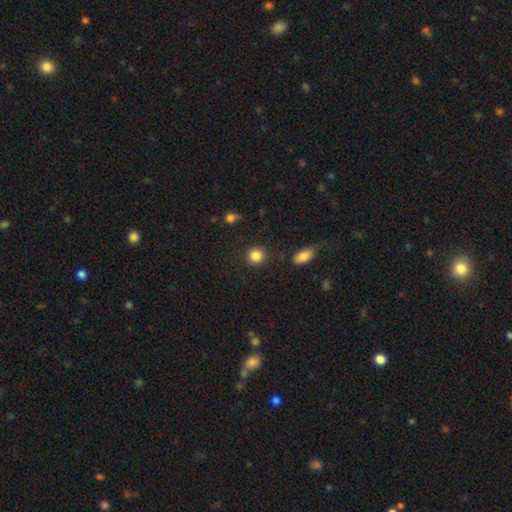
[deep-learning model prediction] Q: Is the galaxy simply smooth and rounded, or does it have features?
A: smooth — 85%.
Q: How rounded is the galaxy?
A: round — 90%.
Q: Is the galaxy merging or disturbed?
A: none — 85%.